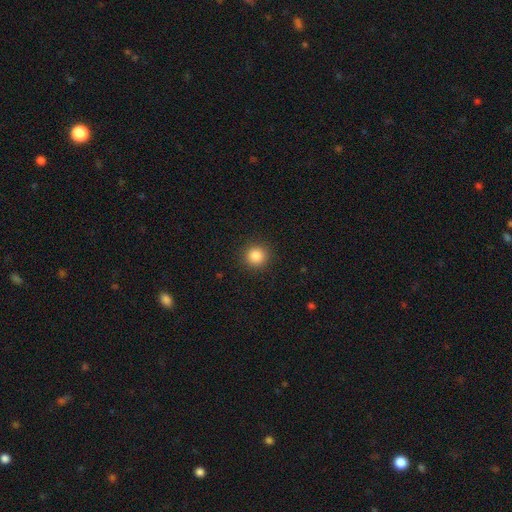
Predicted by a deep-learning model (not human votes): Smooth or featured? smooth (86%)
How rounded? round (94%)
Merging? none (92%)